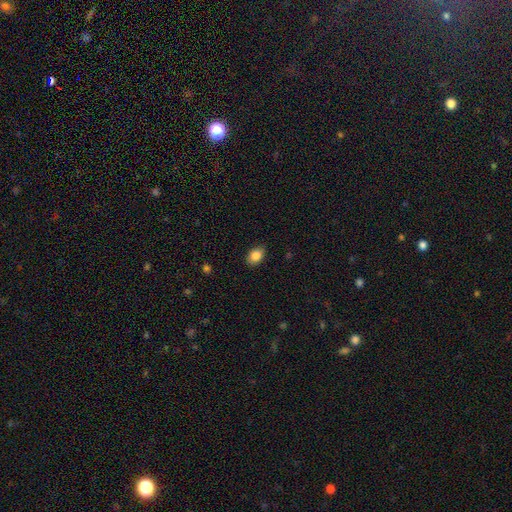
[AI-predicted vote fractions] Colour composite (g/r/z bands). It shows a smooth galaxy with no disk features (86%) that is in between round and cigar-shaped (74%). Merging: none (83%).